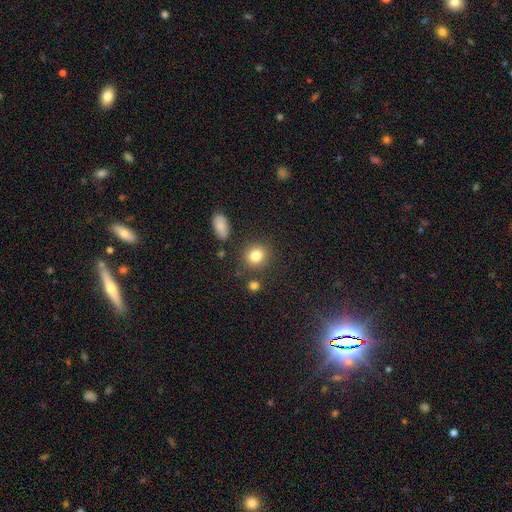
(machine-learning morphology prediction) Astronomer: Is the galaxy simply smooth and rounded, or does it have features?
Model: smooth — 83%.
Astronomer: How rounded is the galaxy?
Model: round — 80%.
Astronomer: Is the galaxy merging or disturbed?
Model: none — 83%.